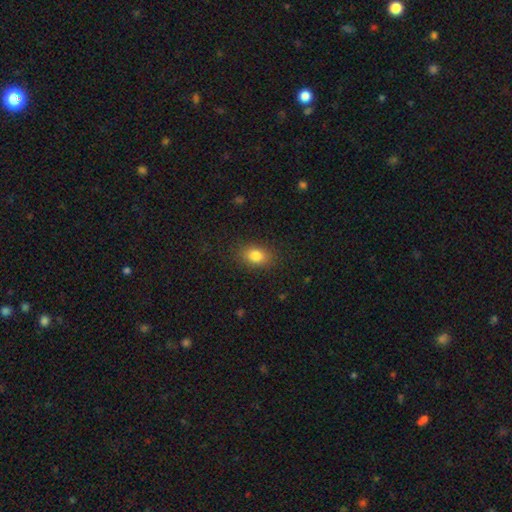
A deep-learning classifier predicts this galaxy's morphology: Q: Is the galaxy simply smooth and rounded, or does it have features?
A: smooth — 83%.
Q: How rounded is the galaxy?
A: in between — 74%.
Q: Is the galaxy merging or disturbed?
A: none — 87%.